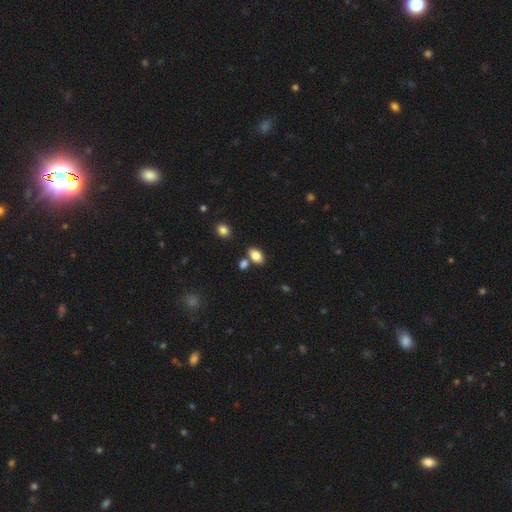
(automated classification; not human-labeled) Morphology: type=smooth (84%); roundness=in between (89%); merging=none (70%).